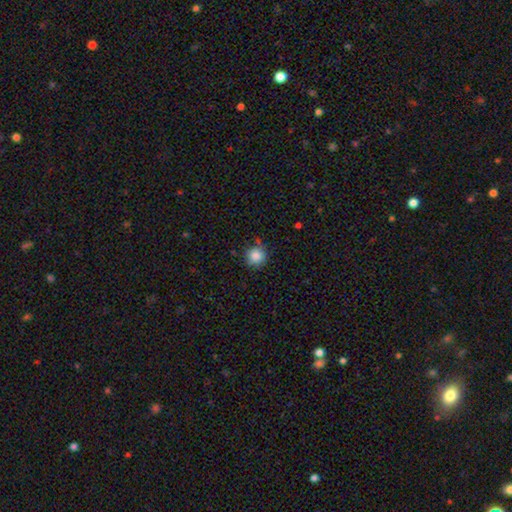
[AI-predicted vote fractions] smooth-or-featured: smooth: 86% | star or artifact: 10% | featured or disk: 4%
  how-rounded: round: 92% | in between: 7% | cigar-shaped: 1%
  merging: none: 76% | minor disturbance: 17% | major disturbance: 4% | merger: 3%